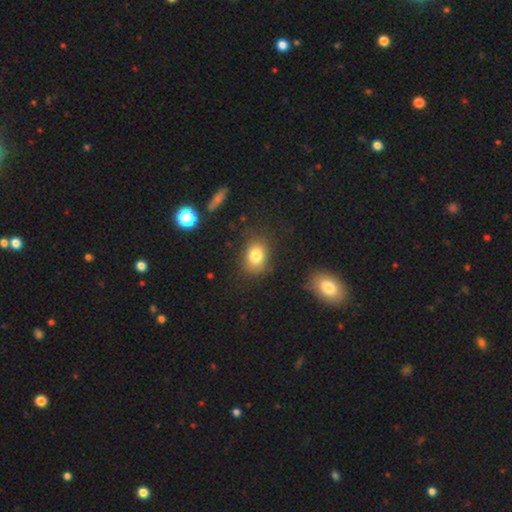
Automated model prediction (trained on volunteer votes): Smooth or featured?
  - smooth: 80% *
  - star or artifact: 10%
  - featured or disk: 9%
How rounded?
  - in between: 61% *
  - round: 38%
  - cigar-shaped: 1%
Merging?
  - none: 78% *
  - minor disturbance: 15%
  - major disturbance: 5%
  - merger: 2%